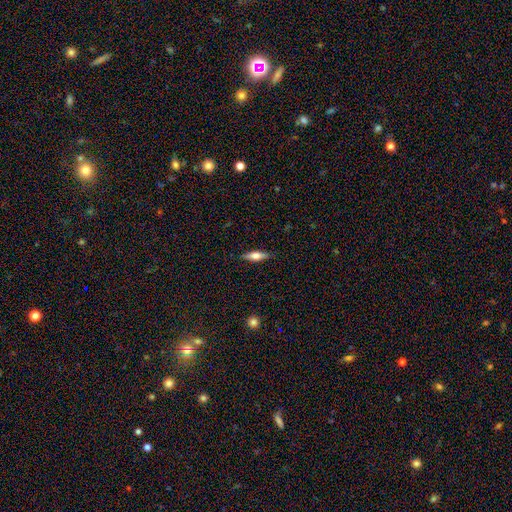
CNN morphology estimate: Overall: smooth (49%; featured or disk 44%). Merging: none (87%).